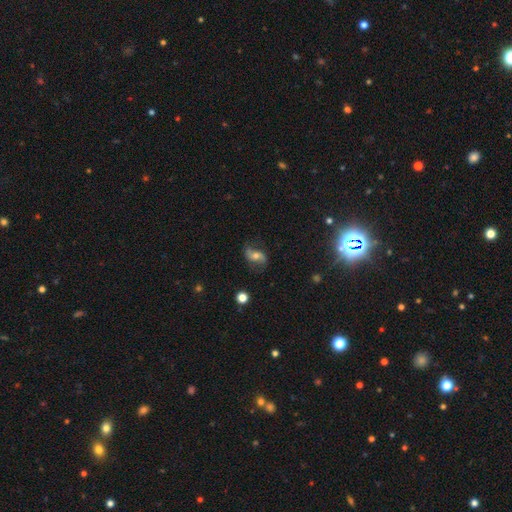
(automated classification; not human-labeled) Smooth or featured? featured or disk (68%)
Edge-on disk? no (95%)
Bar? no (48%)
Spiral arms? yes (90%)
Spiral winding? loose (72%)
Spiral arm count? 2 (91%)
Bulge size? moderate (61%)
Merging? none (73%)